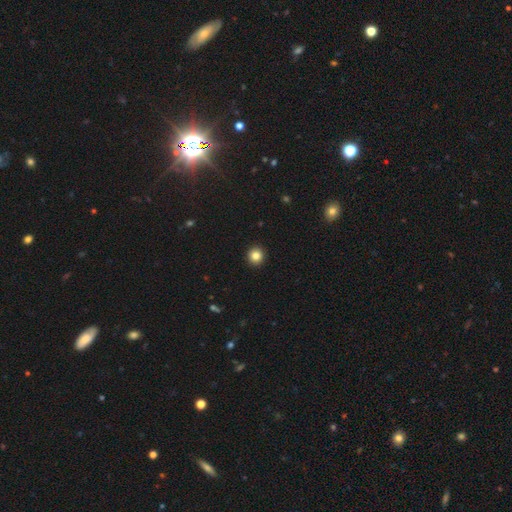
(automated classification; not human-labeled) This appears to be a smooth galaxy with no disk features (84%) that is round (93%). Merging: none (94%).